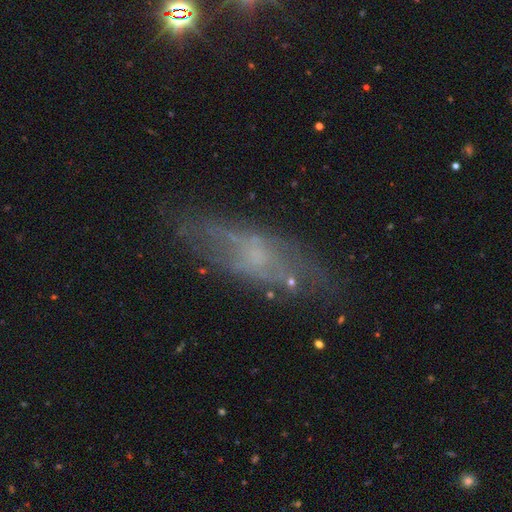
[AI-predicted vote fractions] A featured or disk galaxy (54%). Merging: none (67%).